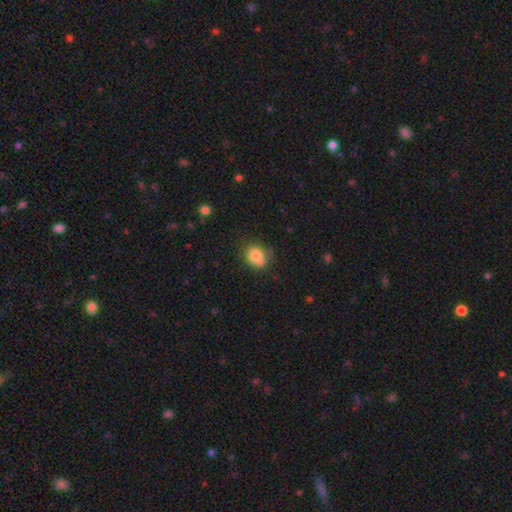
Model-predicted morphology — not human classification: type=smooth (78%); roundness=round (71%); merging=none (51%).